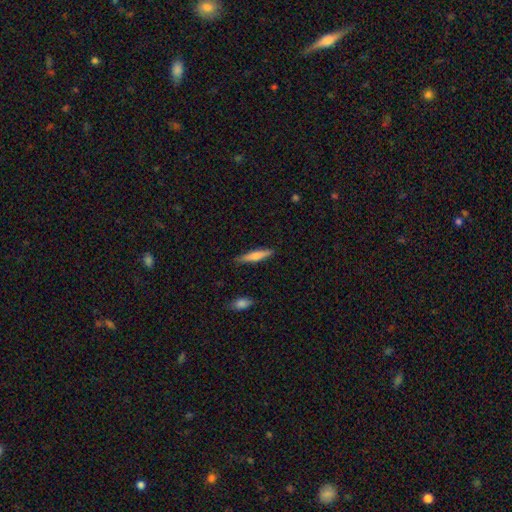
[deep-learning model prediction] Smooth or featured? Predicted: smooth (p=0.64). How rounded? Predicted: cigar-shaped (p=0.87). Merging? Predicted: none (p=0.87).